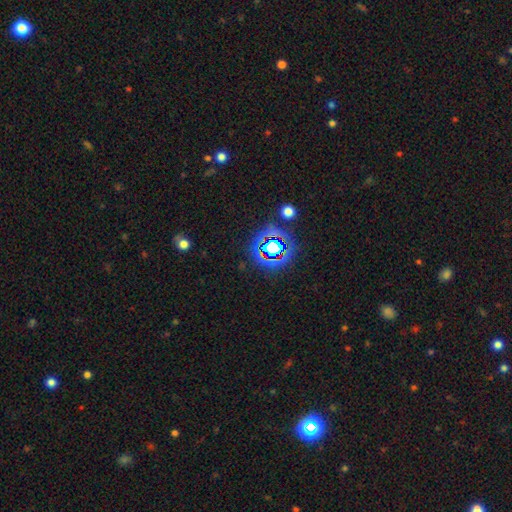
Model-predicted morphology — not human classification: A star or artifact, not a galaxy (76%).